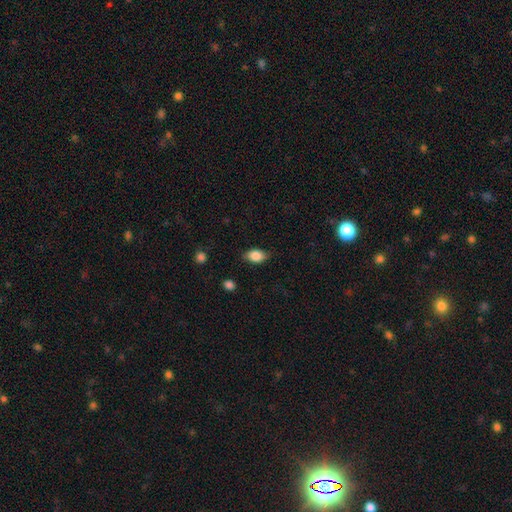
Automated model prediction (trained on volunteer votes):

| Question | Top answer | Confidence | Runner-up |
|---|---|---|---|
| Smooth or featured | smooth | 84% | featured or disk (8%) |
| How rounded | in between | 85% | round (12%) |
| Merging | none | 80% | minor disturbance (16%) |